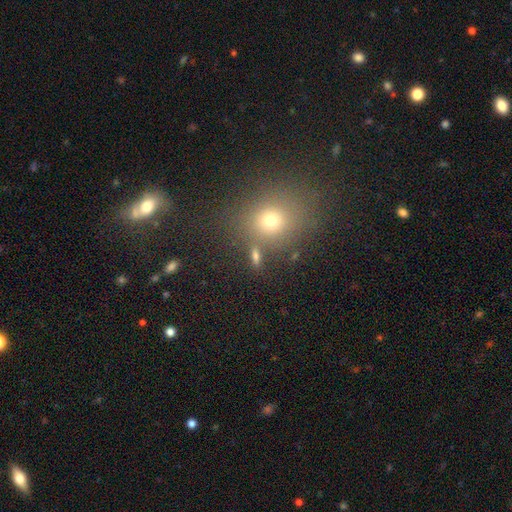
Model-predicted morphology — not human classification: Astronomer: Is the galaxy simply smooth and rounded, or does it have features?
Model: smooth — 69%.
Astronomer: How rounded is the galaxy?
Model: in between — 54% (runner-up: round, 33%).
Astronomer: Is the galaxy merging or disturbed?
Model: none — 74%.